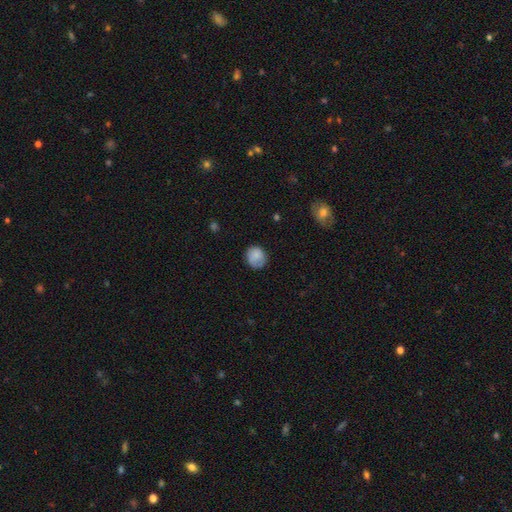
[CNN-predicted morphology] Smooth or featured?
  - smooth: 81% *
  - featured or disk: 11%
  - star or artifact: 8%
How rounded?
  - round: 80% *
  - in between: 19%
  - cigar-shaped: 1%
Merging?
  - none: 71% *
  - minor disturbance: 22%
  - major disturbance: 6%
  - merger: 1%